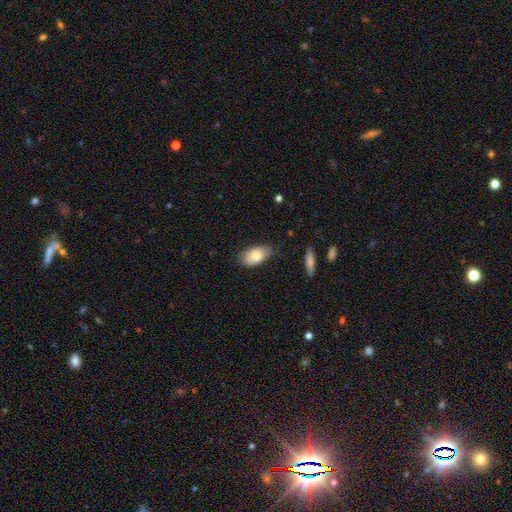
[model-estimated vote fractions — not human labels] smooth 78%, featured or disk 15%, star or artifact 7%. Down the decision tree: how rounded — in between (93%); merging — none (70%).